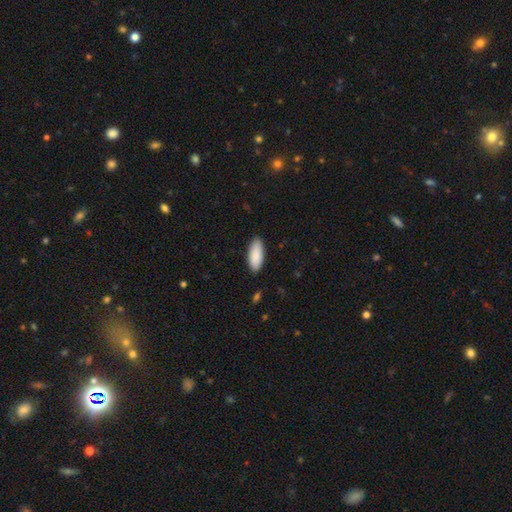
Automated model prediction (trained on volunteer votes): Q: Smooth or featured?
A: smooth (89%); runner-up: featured or disk (6%)
Q: How rounded?
A: in between (84%); runner-up: cigar-shaped (15%)
Q: Merging?
A: none (89%); runner-up: minor disturbance (8%)